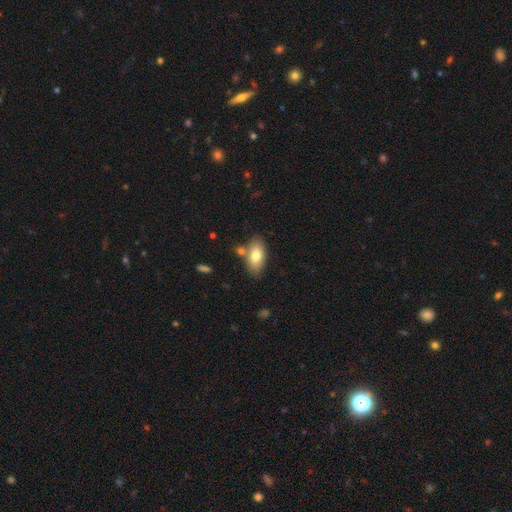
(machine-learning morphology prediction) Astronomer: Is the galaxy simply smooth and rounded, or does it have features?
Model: smooth — 76%.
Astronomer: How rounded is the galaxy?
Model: in between — 91%.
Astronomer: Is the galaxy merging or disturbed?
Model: none — 72%.